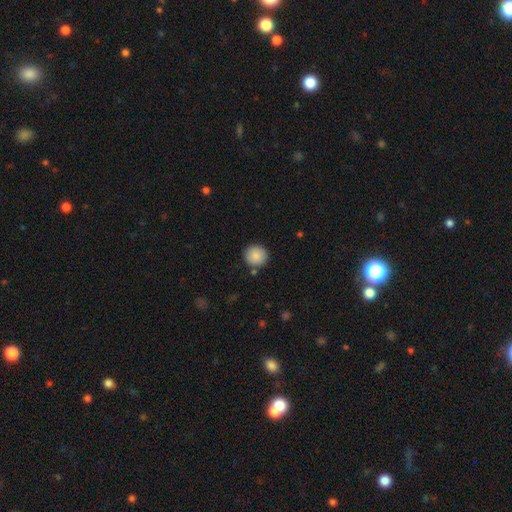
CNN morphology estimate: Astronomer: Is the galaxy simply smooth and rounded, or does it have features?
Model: smooth — 86%.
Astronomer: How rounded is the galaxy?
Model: round — 93%.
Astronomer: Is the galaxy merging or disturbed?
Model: none — 86%.